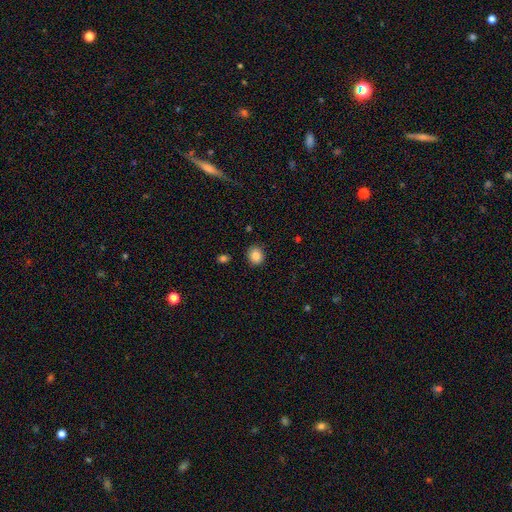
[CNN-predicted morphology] smooth-or-featured: smooth: 84% | star or artifact: 10% | featured or disk: 6%
  how-rounded: round: 82% | in between: 17% | cigar-shaped: 1%
  merging: none: 89% | minor disturbance: 7% | major disturbance: 2% | merger: 1%